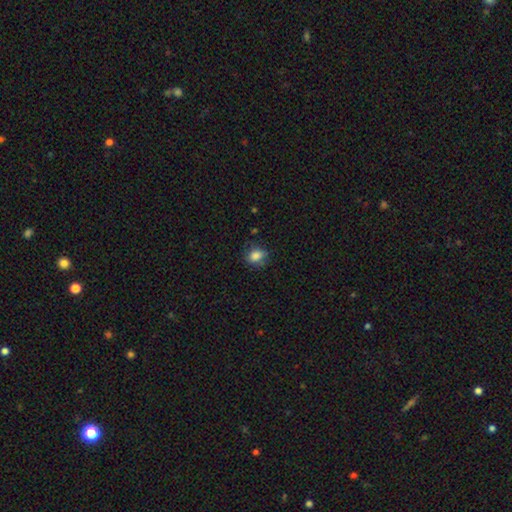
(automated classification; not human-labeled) Morphology: type=smooth (81%); roundness=in between (61%); merging=none (70%).